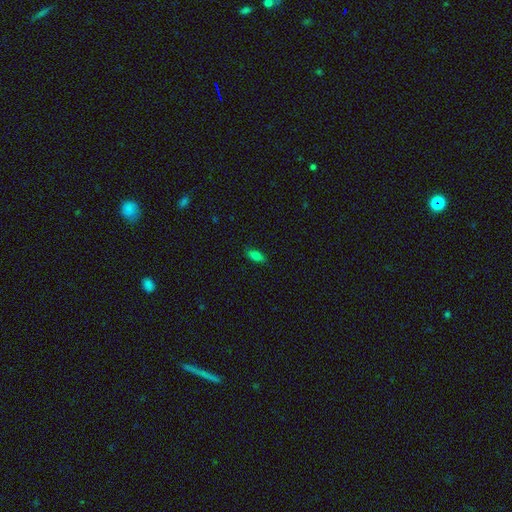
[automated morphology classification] Smooth or featured? smooth (79%)
How rounded? in between (83%)
Merging? none (84%)